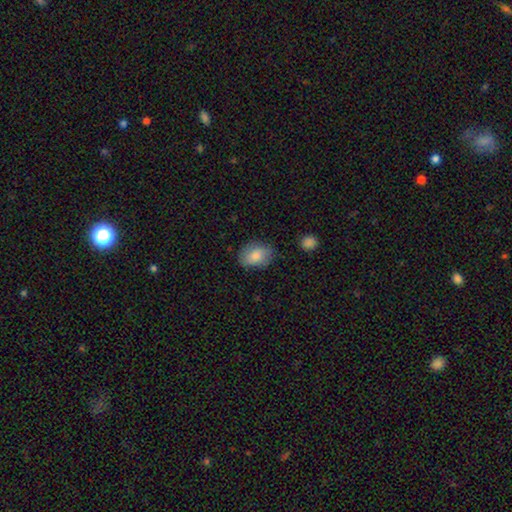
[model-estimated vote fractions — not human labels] Overall: smooth (84%). How rounded: in between (78%). Merging: none (75%).